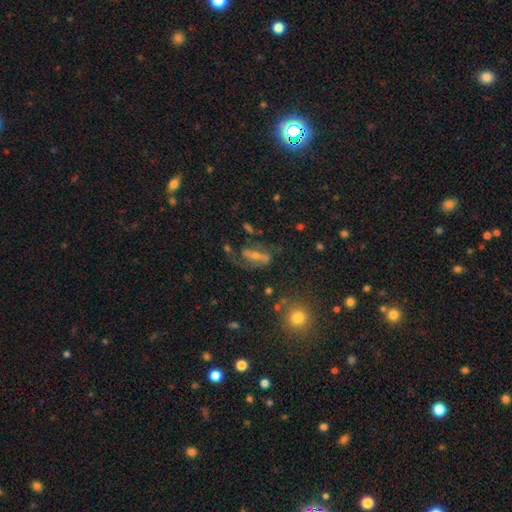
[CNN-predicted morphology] Smooth or featured? featured or disk (60%)
Edge-on disk? no (84%)
Bar? strong (44%)
Spiral arms? yes (71%)
Bulge size? small (48%)
Merging? none (49%)